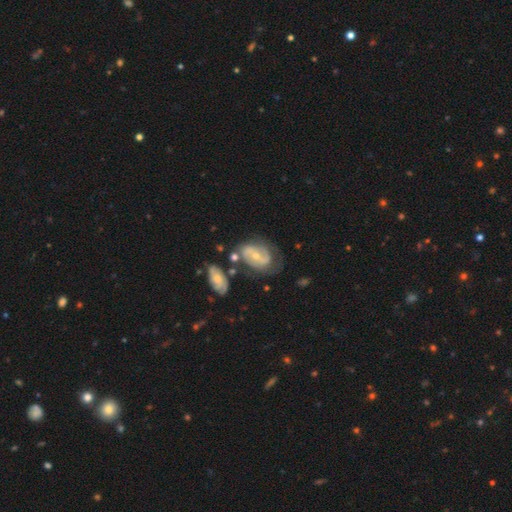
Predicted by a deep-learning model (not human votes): Smooth or featured? featured or disk (75%)
Edge-on disk? no (96%)
Bar? no (46%)
Spiral arms? yes (84%)
Spiral winding? tight (41%)
Spiral arm count? 2 (61%)
Bulge size? small (56%)
Merging? none (50%)